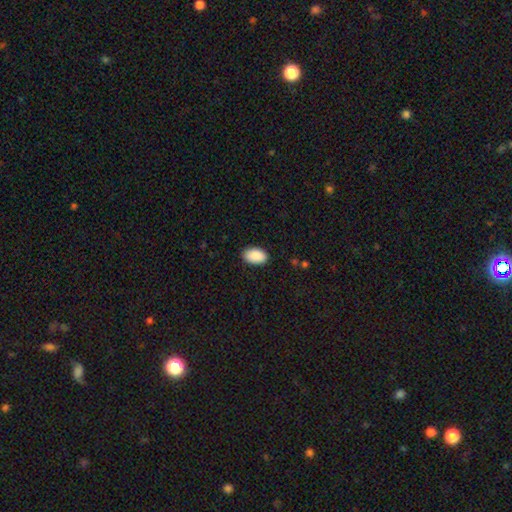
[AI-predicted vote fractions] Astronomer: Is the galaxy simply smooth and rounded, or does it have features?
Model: smooth — 91%.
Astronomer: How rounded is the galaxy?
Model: in between — 93%.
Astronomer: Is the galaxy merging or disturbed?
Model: none — 87%.